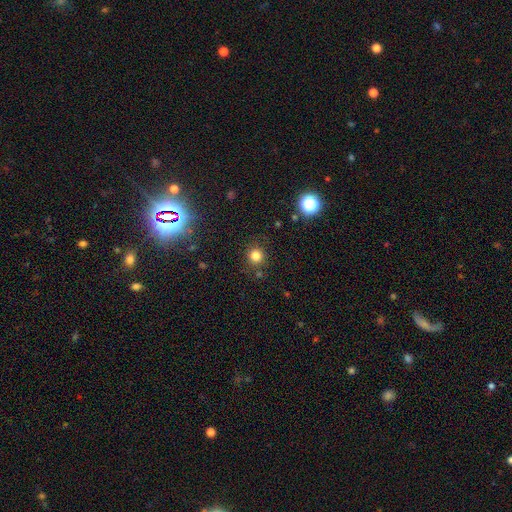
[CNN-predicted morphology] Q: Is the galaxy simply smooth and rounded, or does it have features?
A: smooth — 79%.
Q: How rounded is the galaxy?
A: round — 92%.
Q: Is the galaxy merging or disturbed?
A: none — 85%.